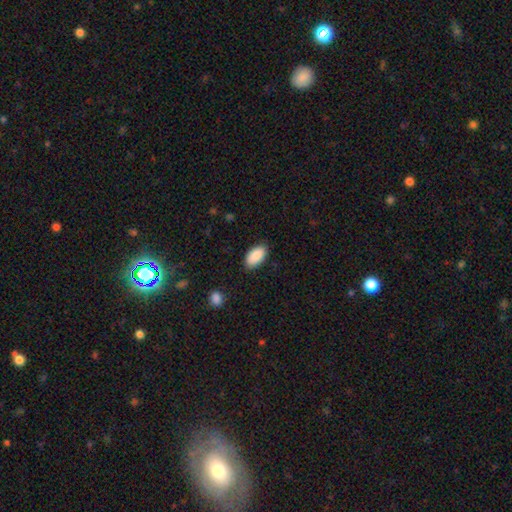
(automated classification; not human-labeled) Smooth or featured? smooth (89%)
How rounded? in between (95%)
Merging? none (86%)